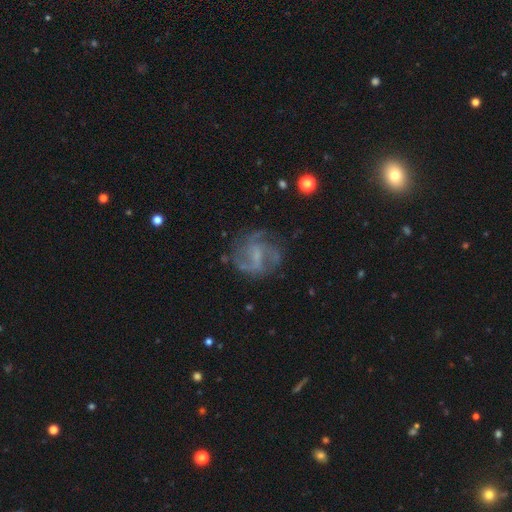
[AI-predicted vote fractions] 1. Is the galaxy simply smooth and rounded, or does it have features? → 75% featured or disk, 16% smooth, 10% star or artifact.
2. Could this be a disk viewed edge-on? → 97% no, 3% yes.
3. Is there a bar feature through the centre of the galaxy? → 51% weak, 32% no, 18% strong.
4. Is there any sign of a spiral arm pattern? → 85% yes, 15% no.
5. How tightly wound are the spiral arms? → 45% medium, 32% loose, 23% tight.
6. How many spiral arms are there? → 37% 2, 27% can't tell, 21% 3, 6% 4, 5% 1, 4% more than 4.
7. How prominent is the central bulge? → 40% small, 38% none, 19% moderate, 2% large, 1% dominant.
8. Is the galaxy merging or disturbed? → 64% none, 18% minor disturbance, 15% major disturbance, 2% merger.